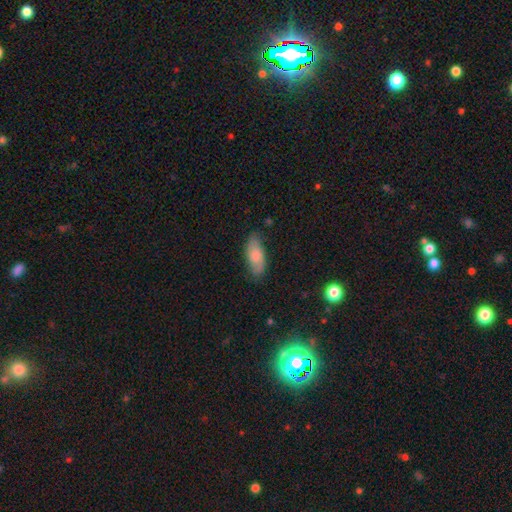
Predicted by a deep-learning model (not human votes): This is likely a smooth galaxy (73%). How rounded: clearly in between (85%). Merging: likely none (75%).